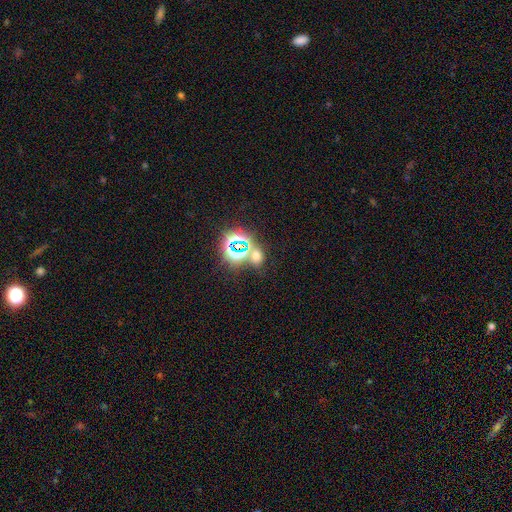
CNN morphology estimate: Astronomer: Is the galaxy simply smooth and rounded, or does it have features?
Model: star or artifact — 48% (runner-up: smooth, 44%).